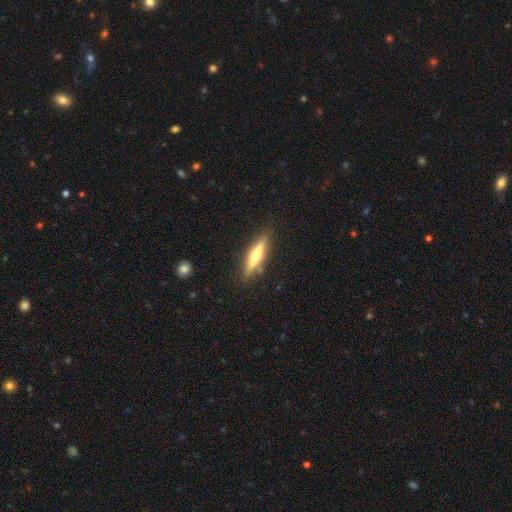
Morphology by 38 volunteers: smooth-or-featured: featured or disk: 74% | smooth: 24% | star or artifact: 3%
  disk-edge-on: yes: 100% | no: 0%
    edge-on-bulge: rounded: 86% | boxy: 7% | none: 7%
  merging: none: 81% | minor disturbance: 8% | major disturbance: 5% | merger: 5%